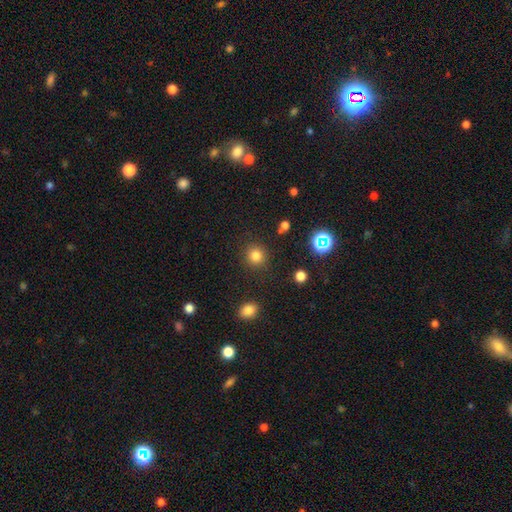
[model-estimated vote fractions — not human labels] The model was most divided on "smooth or featured": smooth: 81%, star or artifact: 14%, featured or disk: 5%. More confident: how rounded — round (92%); merging — none (89%).